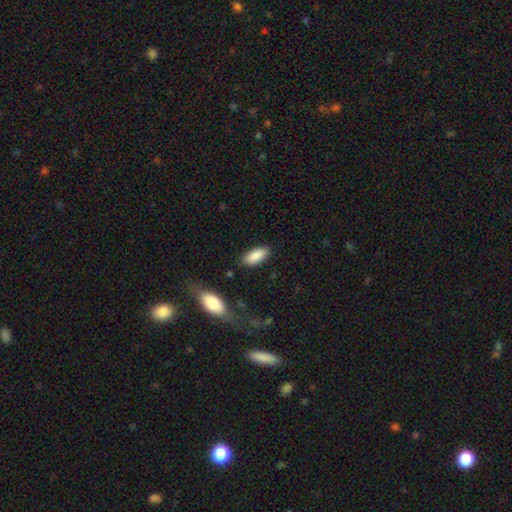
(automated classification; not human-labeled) smooth_or_featured: smooth (p=0.88) [alt: featured or disk p=0.06]
how_rounded: in between (p=0.86) [alt: cigar-shaped p=0.12]
merging: none (p=0.85) [alt: minor disturbance p=0.10]